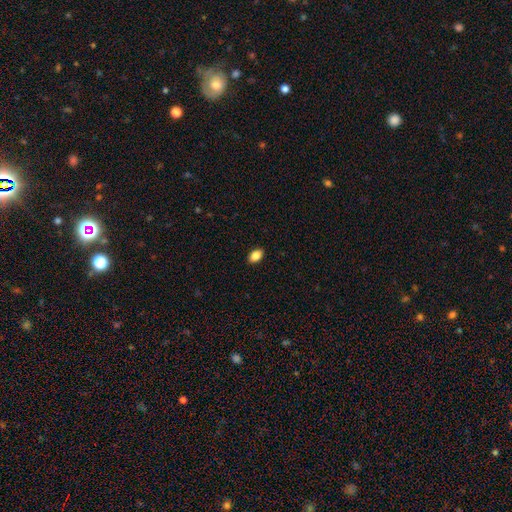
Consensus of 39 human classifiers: Smooth or featured? 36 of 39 (92%) said smooth. How rounded? 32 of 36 (89%) said in between. Merging? 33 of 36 (92%) said none.